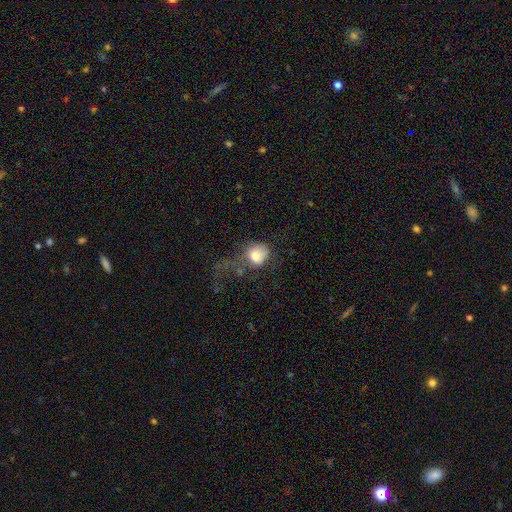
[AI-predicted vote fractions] Overall: smooth (76%). How rounded: round (67%; in between 31%). Merging: major disturbance (53%; none 24%).